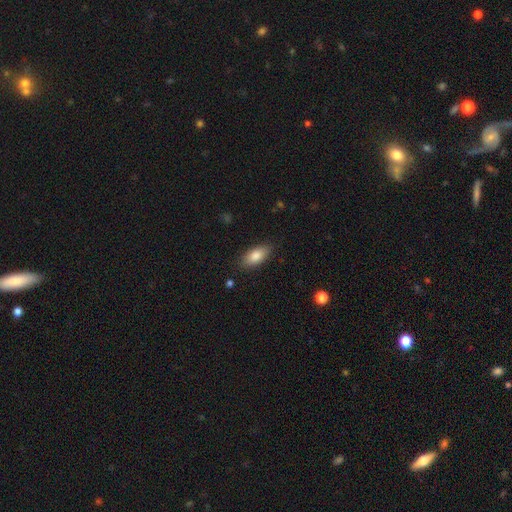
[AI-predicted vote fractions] This appears to be a smooth galaxy with no disk features (83%) that is in between round and cigar-shaped (87%). Merging: none (84%).